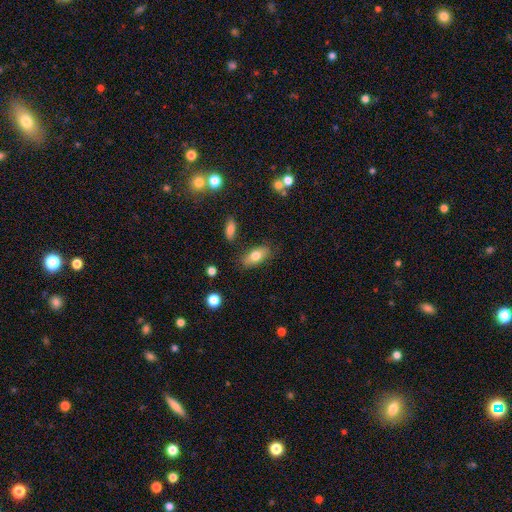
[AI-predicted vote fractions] Smooth or featured? smooth (75%)
How rounded? in between (85%)
Merging? none (80%)